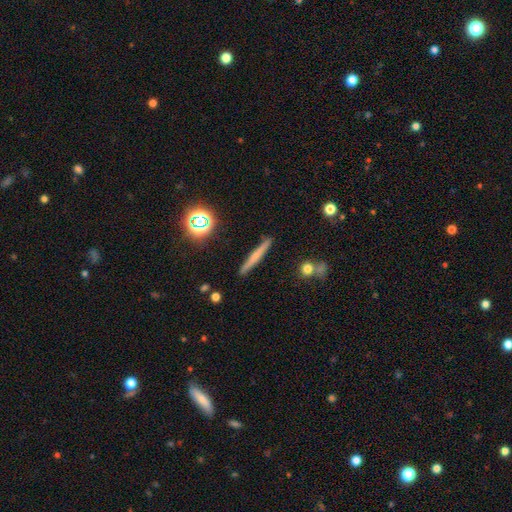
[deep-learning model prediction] Smooth or featured: smooth — 52% (featured or disk — 38%)
How rounded: cigar-shaped — 92% (in between — 4%)
Merging: none — 89% (minor disturbance — 7%)